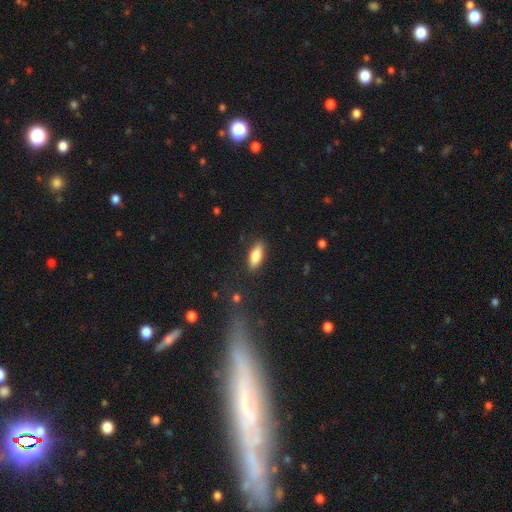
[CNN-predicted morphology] smooth_or_featured: smooth (p=0.78) [alt: featured or disk p=0.15]
how_rounded: in between (p=0.76) [alt: cigar-shaped p=0.22]
merging: none (p=0.87) [alt: minor disturbance p=0.09]